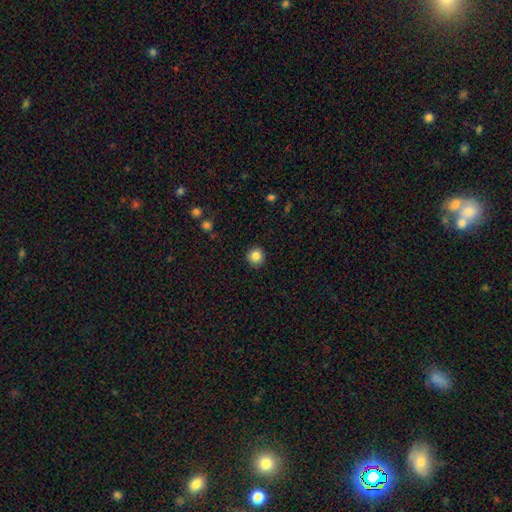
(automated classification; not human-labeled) smooth-or-featured: smooth: 84% | star or artifact: 10% | featured or disk: 6%
  how-rounded: round: 93% | in between: 6% | cigar-shaped: 1%
  merging: none: 90% | minor disturbance: 7% | major disturbance: 2% | merger: 1%